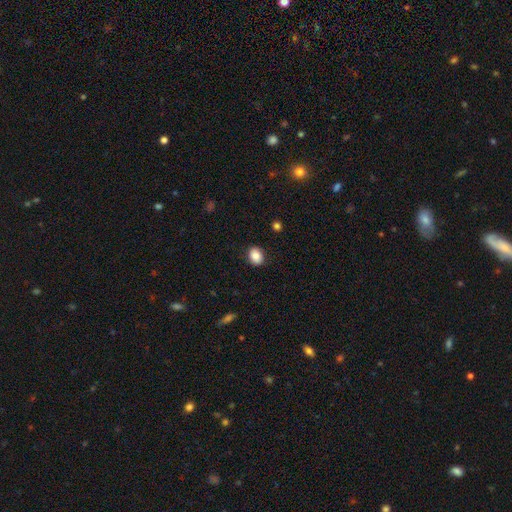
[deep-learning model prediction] Smooth or featured?
  - smooth: 85% *
  - star or artifact: 9%
  - featured or disk: 7%
How rounded?
  - in between: 55% *
  - round: 44%
  - cigar-shaped: 1%
Merging?
  - none: 88% *
  - minor disturbance: 9%
  - major disturbance: 2%
  - merger: 1%